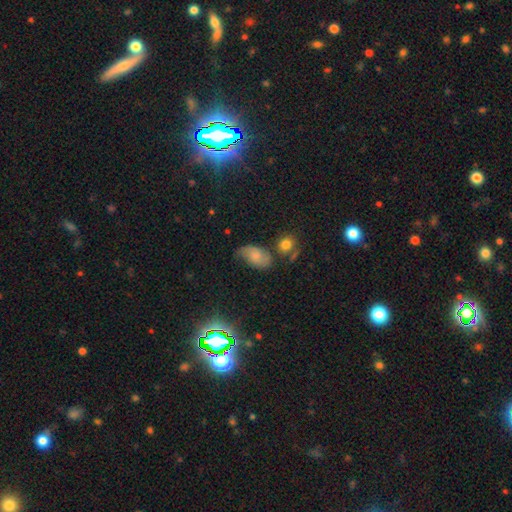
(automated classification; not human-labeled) A smooth galaxy with no disk features (52%) that is in between round and cigar-shaped (89%). Merging: none (47%).